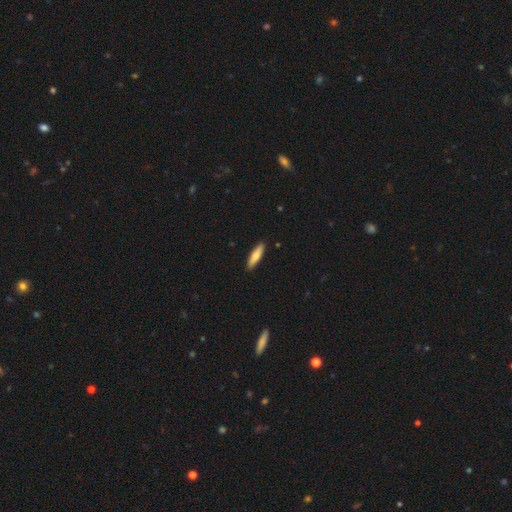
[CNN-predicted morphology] smooth-or-featured: smooth: 71% | featured or disk: 23% | star or artifact: 5%
  how-rounded: cigar-shaped: 72% | in between: 26% | round: 2%
  merging: none: 90% | minor disturbance: 7% | major disturbance: 1% | merger: 1%